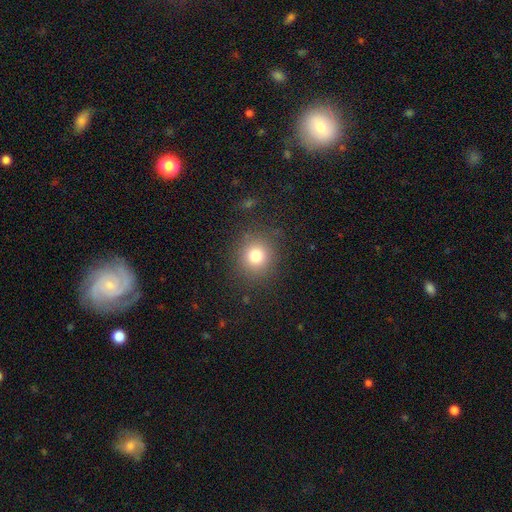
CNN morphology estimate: smooth_or_featured: smooth (p=0.78) [alt: star or artifact p=0.13]
how_rounded: round (p=0.89) [alt: in between p=0.10]
merging: none (p=0.86) [alt: minor disturbance p=0.08]